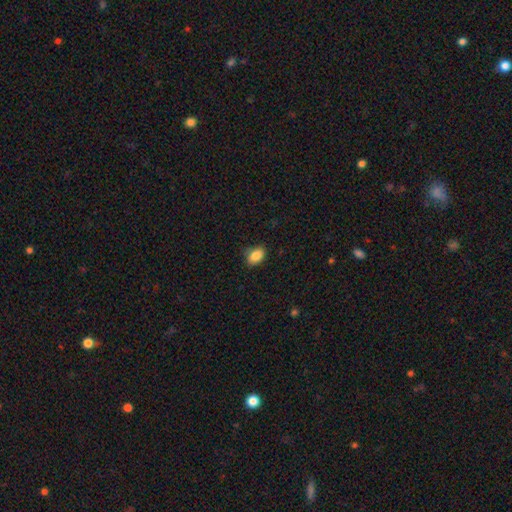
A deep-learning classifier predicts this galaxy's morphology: Smooth or featured? smooth (87%)
How rounded? in between (83%)
Merging? none (81%)